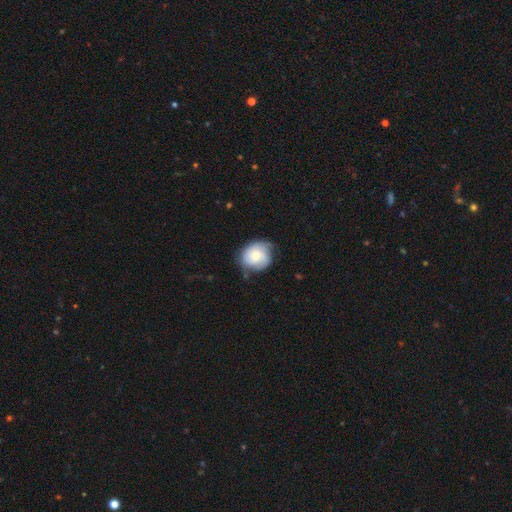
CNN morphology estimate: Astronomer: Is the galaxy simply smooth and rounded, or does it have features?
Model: smooth — 62%.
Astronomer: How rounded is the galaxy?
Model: round — 67%.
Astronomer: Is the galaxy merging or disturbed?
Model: none — 56% (runner-up: minor disturbance, 33%).